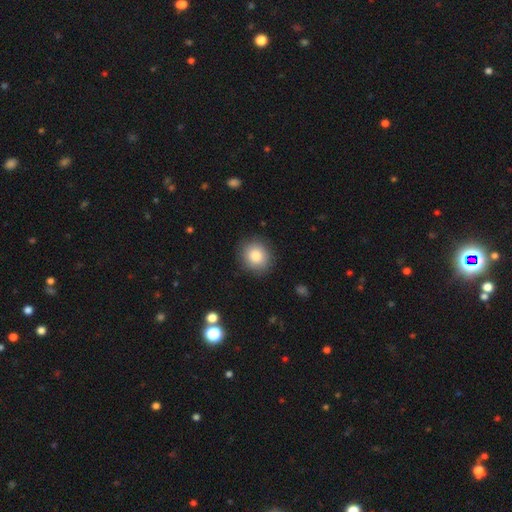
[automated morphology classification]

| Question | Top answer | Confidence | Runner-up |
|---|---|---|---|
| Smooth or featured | smooth | 83% | star or artifact (9%) |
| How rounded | round | 81% | in between (18%) |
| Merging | none | 88% | minor disturbance (8%) |